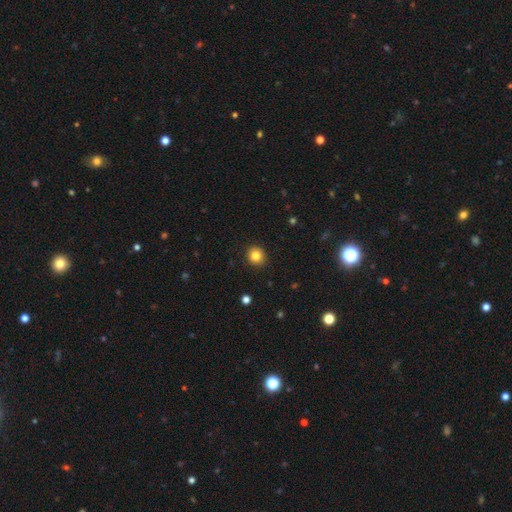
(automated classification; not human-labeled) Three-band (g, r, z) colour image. It shows a smooth galaxy with no disk features (83%) that is round (89%). Merging: none (92%).